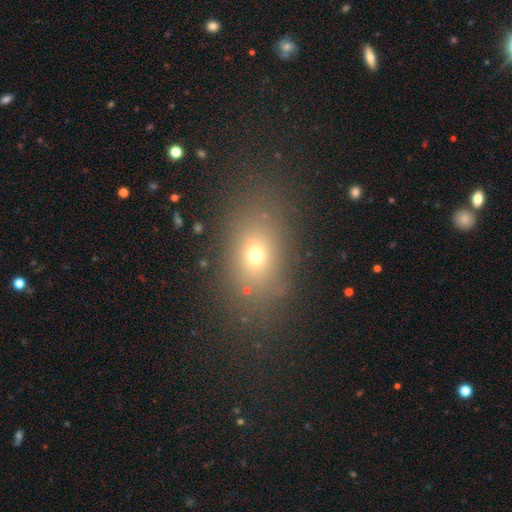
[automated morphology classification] smooth_or_featured: smooth (p=0.64) [alt: star or artifact p=0.22]
how_rounded: in between (p=0.66) [alt: round p=0.31]
merging: none (p=0.79) [alt: minor disturbance p=0.11]